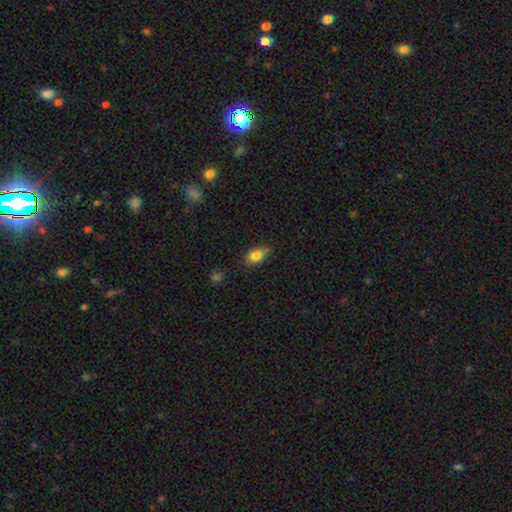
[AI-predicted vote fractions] smooth-or-featured: smooth: 83% | star or artifact: 9% | featured or disk: 8%
  how-rounded: in between: 76% | round: 20% | cigar-shaped: 3%
  merging: none: 64% | minor disturbance: 25% | merger: 5% | major disturbance: 5%